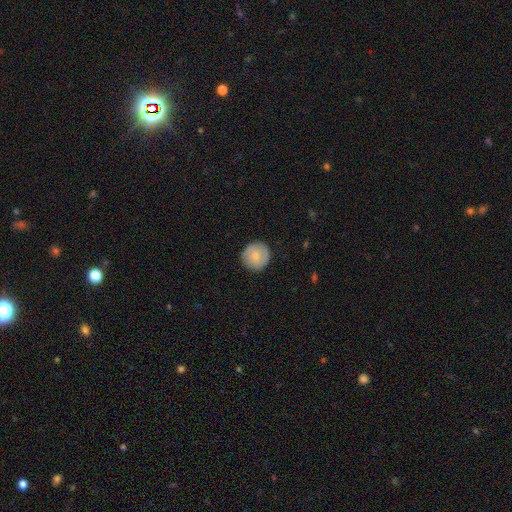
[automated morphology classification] Smooth or featured? smooth (71%)
How rounded? round (94%)
Merging? none (87%)